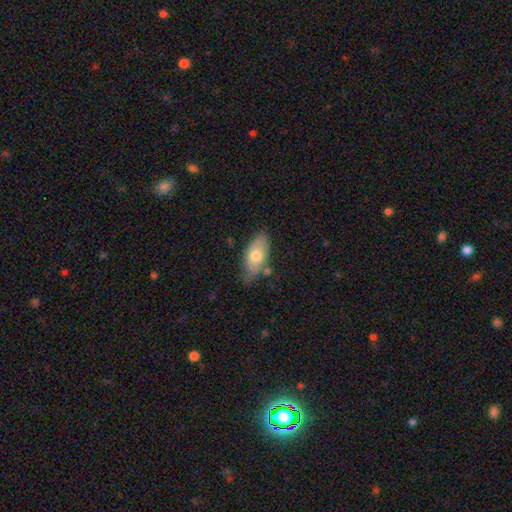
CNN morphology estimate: Smooth or featured? smooth (69%)
How rounded? in between (89%)
Merging? none (68%)